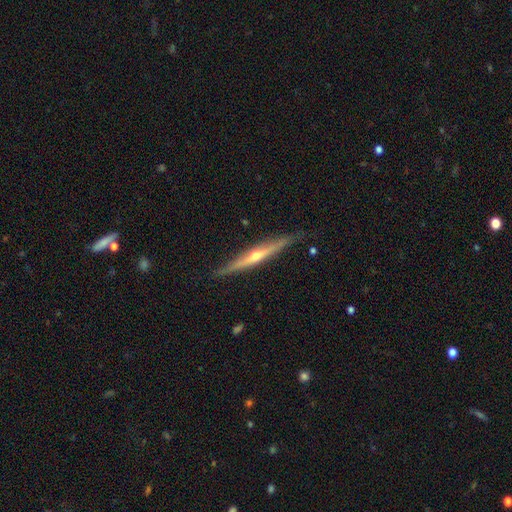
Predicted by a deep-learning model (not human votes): Smooth or featured? Predicted: featured or disk (p=0.76). Edge-on disk? Predicted: yes (p=0.97). Edge-on bulge? Predicted: rounded (p=0.85). Merging? Predicted: none (p=0.86).